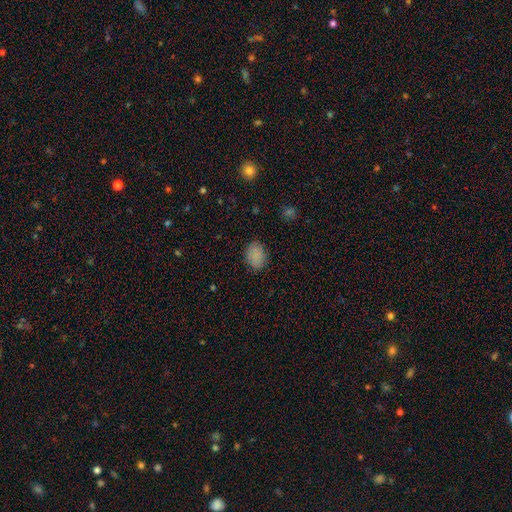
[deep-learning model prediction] Overall: smooth (85%). How rounded: in between (69%; round 30%). Merging: none (83%).